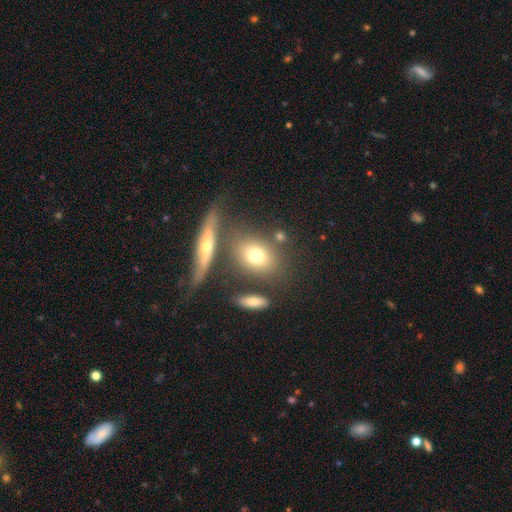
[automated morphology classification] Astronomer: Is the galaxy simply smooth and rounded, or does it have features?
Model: smooth — 70%.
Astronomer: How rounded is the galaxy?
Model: in between — 56% (runner-up: round, 39%).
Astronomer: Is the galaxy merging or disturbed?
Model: none — 65%.